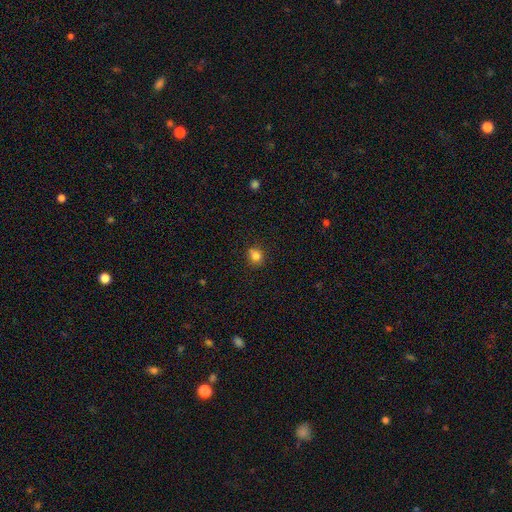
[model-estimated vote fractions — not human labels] Smooth or featured?
  - smooth: 80% *
  - star or artifact: 13%
  - featured or disk: 7%
How rounded?
  - round: 82% *
  - in between: 18%
  - cigar-shaped: 1%
Merging?
  - none: 71% *
  - minor disturbance: 15%
  - merger: 10%
  - major disturbance: 3%